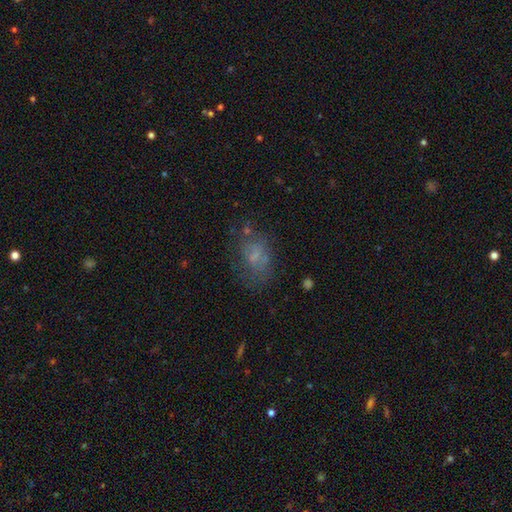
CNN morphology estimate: Overall: smooth (52%; featured or disk 31%). How rounded: in between (78%). Merging: none (53%; minor disturbance 21%).